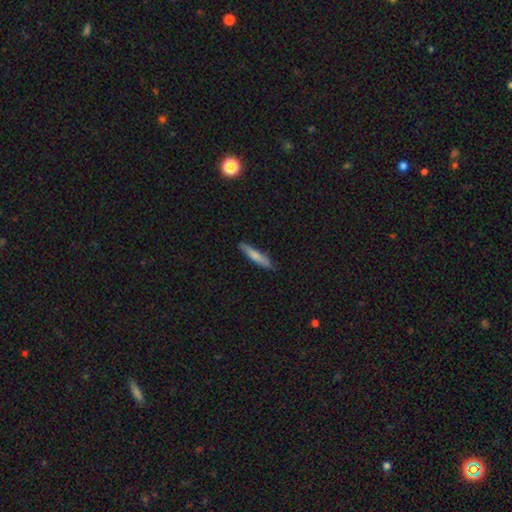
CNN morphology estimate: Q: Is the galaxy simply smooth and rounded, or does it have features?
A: smooth — 75%.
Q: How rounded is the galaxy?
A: cigar-shaped — 88%.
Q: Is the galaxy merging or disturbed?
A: none — 86%.